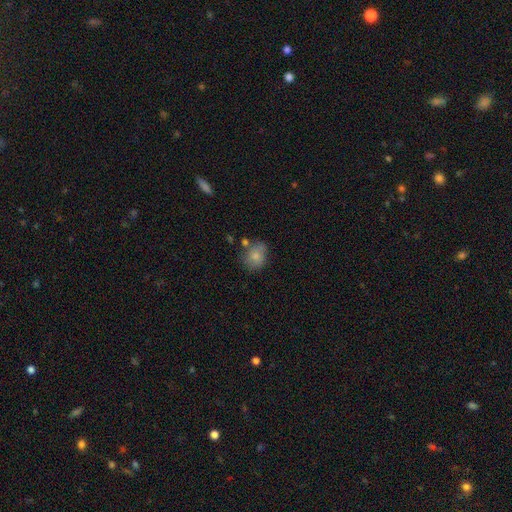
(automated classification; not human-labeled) Smooth or featured? smooth (79%)
How rounded? round (67%)
Merging? none (60%)